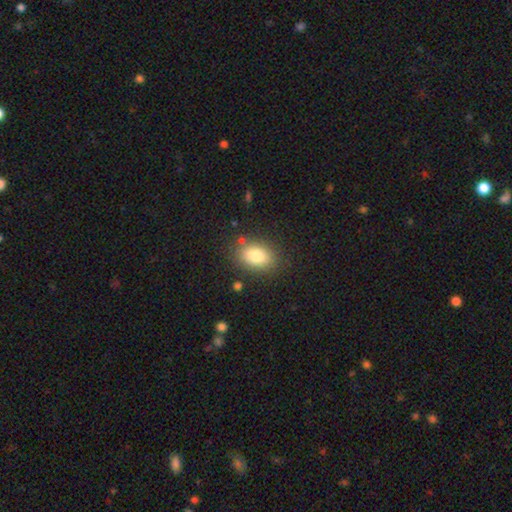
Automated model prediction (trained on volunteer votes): Smooth or featured?
  - smooth: 83% *
  - featured or disk: 9%
  - star or artifact: 8%
How rounded?
  - in between: 83% *
  - round: 15%
  - cigar-shaped: 1%
Merging?
  - none: 82% *
  - minor disturbance: 11%
  - major disturbance: 4%
  - merger: 3%